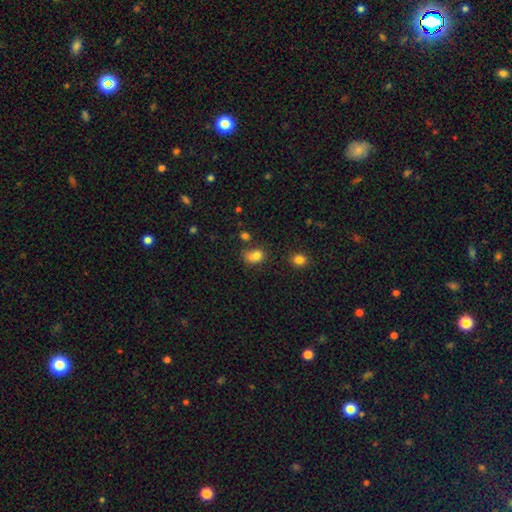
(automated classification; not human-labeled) A smooth galaxy with no disk features (76%) that is in between round and cigar-shaped (58%).

Vote fractions:
- Smooth or featured? smooth: 76% / star or artifact: 13% / featured or disk: 11%
- How rounded? in between: 58% / round: 41% / cigar-shaped: 1%
- Merging? none: 38% / merger: 32% / minor disturbance: 19% / major disturbance: 10%